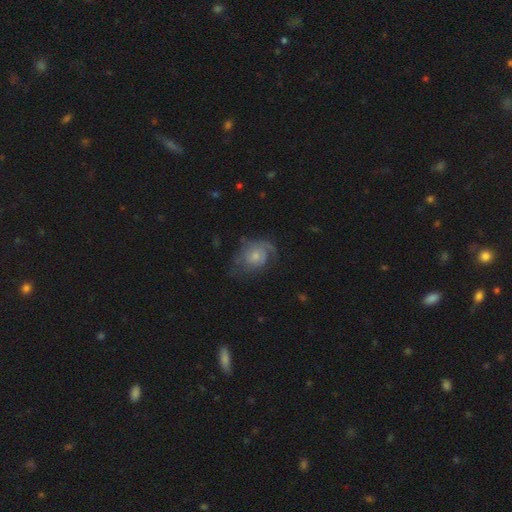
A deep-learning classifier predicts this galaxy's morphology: Smooth or featured?
  - featured or disk: 64% *
  - smooth: 29%
  - star or artifact: 8%
Edge-on disk?
  - no: 97% *
  - yes: 3%
Bar?
  - no: 78% *
  - weak: 20%
  - strong: 2%
Spiral arms?
  - yes: 82% *
  - no: 18%
Spiral winding?
  - tight: 41% *
  - medium: 36%
  - loose: 23%
Spiral arm count?
  - can't tell: 30% *
  - 2: 29%
  - 1: 28%
  - 3: 8%
  - 4: 3%
  - more than 4: 3%
Bulge size?
  - small: 51% *
  - moderate: 38%
  - none: 5%
  - large: 4%
  - dominant: 1%
Merging?
  - none: 50% *
  - minor disturbance: 24%
  - major disturbance: 24%
  - merger: 2%